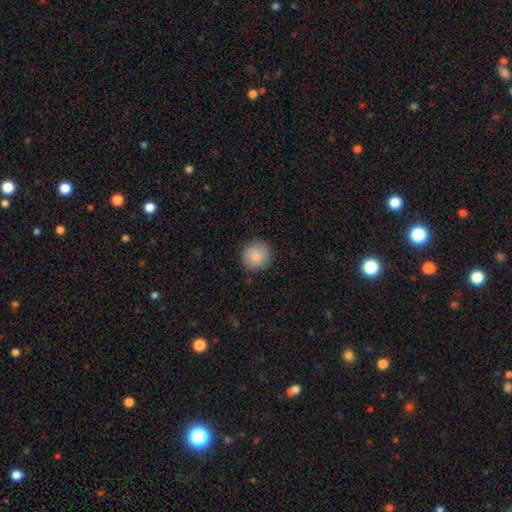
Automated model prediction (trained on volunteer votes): A smooth galaxy with no disk features (86%) that is round (92%).

Vote fractions:
- Smooth or featured? smooth: 86% / star or artifact: 7% / featured or disk: 7%
- How rounded? round: 92% / in between: 7% / cigar-shaped: 1%
- Merging? none: 87% / minor disturbance: 10% / major disturbance: 2% / merger: 1%